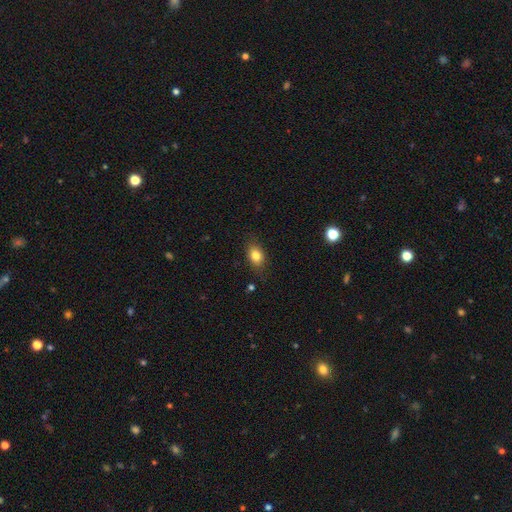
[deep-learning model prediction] A smooth galaxy with no disk features (82%) that is in between round and cigar-shaped (73%).

Vote fractions:
- Smooth or featured? smooth: 82% / star or artifact: 9% / featured or disk: 9%
- How rounded? in between: 73% / round: 24% / cigar-shaped: 2%
- Merging? none: 81% / minor disturbance: 14% / major disturbance: 4% / merger: 1%